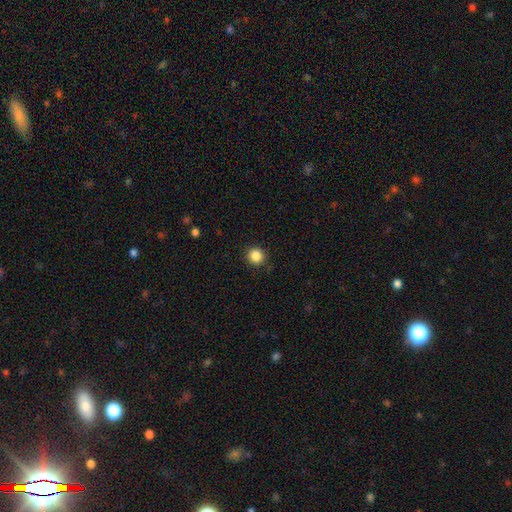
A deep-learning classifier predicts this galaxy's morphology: smooth 86%, star or artifact 11%, featured or disk 3%. Down the decision tree: how rounded — round (94%); merging — none (91%).